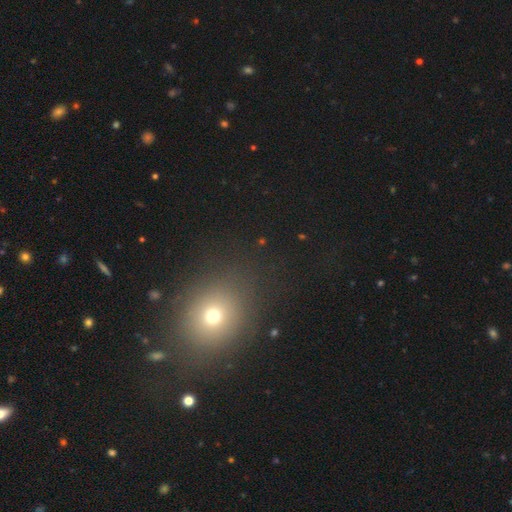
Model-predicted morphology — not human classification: type=smooth (58%); roundness=round (61%); merging=none (89%).